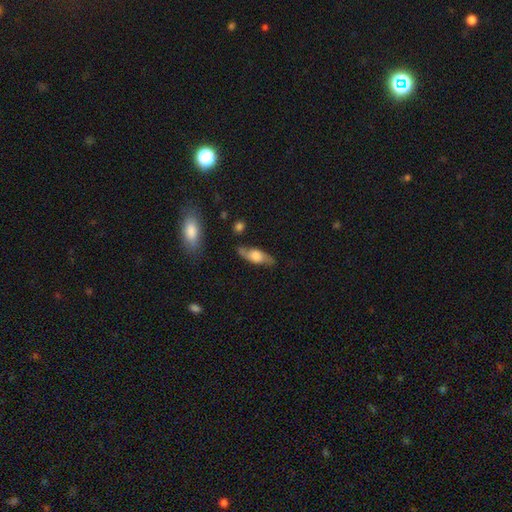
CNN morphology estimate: Q: Smooth or featured?
A: featured or disk (47%); runner-up: smooth (46%)
Q: Merging?
A: none (72%); runner-up: minor disturbance (19%)